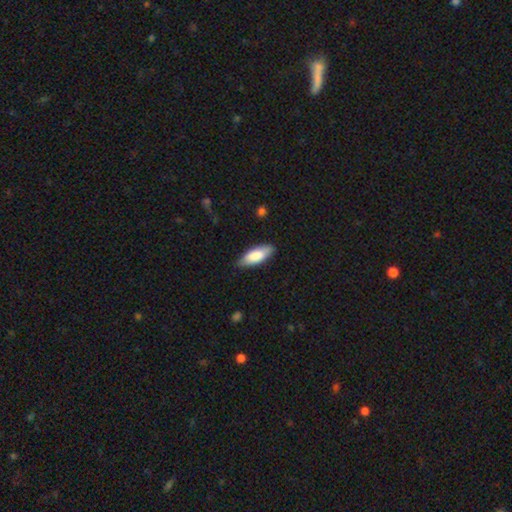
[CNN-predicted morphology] A smooth galaxy with no disk features (82%) that is in between round and cigar-shaped (74%).

Vote fractions:
- Smooth or featured? smooth: 82% / featured or disk: 13% / star or artifact: 5%
- How rounded? in between: 74% / cigar-shaped: 24% / round: 2%
- Merging? none: 82% / minor disturbance: 14% / major disturbance: 2% / merger: 1%